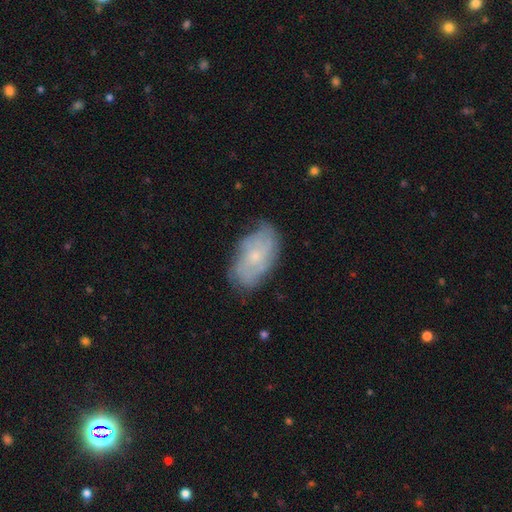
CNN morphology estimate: featured or disk 56%, smooth 36%, star or artifact 8%. Down the decision tree: edge-on disk — no (94%); bar — no (81%); spiral arms — yes (71%); bulge size — small (70%); merging — none (70%).